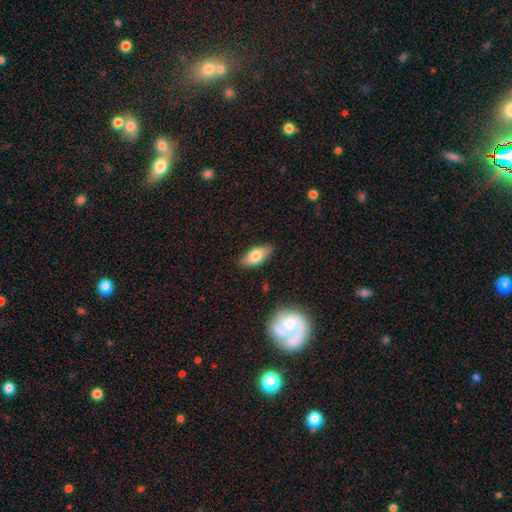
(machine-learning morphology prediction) Q: Smooth or featured?
A: smooth (75%); runner-up: featured or disk (18%)
Q: How rounded?
A: in between (86%); runner-up: cigar-shaped (11%)
Q: Merging?
A: none (85%); runner-up: minor disturbance (11%)